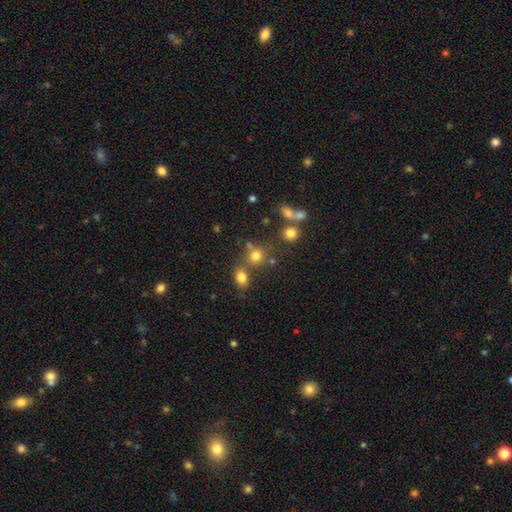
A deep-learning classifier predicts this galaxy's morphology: smooth-or-featured: smooth: 74% | star or artifact: 17% | featured or disk: 9%
  how-rounded: round: 80% | in between: 18% | cigar-shaped: 1%
  merging: none: 60% | merger: 25% | minor disturbance: 10% | major disturbance: 5%